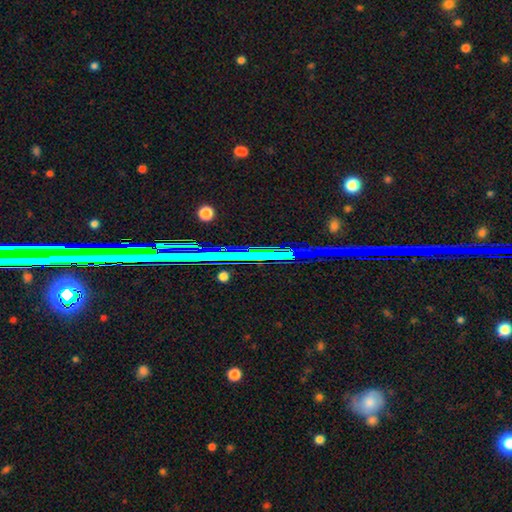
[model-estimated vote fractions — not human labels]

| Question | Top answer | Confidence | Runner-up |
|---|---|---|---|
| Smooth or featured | star or artifact | 79% | featured or disk (12%) |